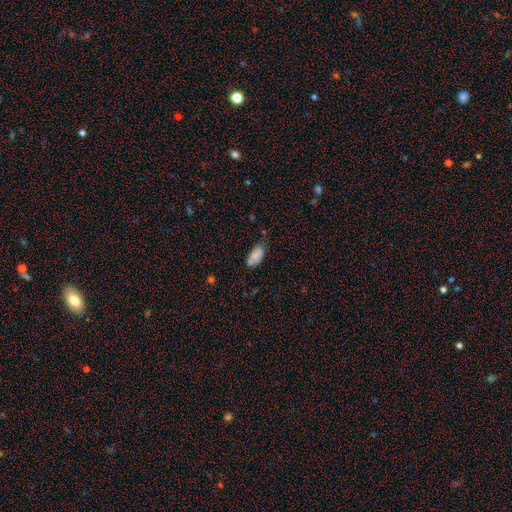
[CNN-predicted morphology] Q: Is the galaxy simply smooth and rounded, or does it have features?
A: smooth — 77%.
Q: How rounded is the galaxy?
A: in between — 90%.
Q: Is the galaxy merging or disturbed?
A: none — 51%.